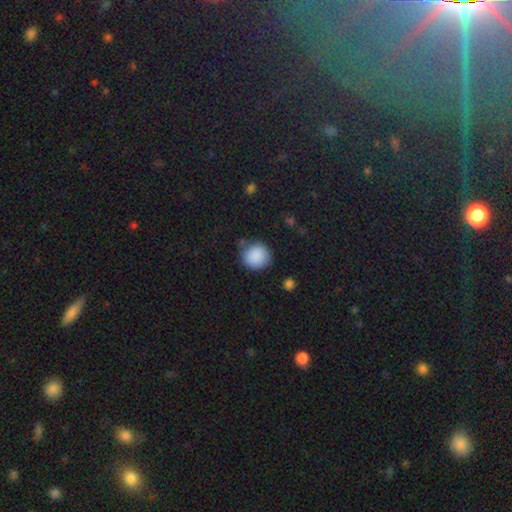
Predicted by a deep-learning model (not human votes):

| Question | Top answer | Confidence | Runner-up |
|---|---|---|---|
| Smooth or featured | smooth | 88% | star or artifact (8%) |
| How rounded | round | 87% | in between (12%) |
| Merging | none | 75% | minor disturbance (17%) |